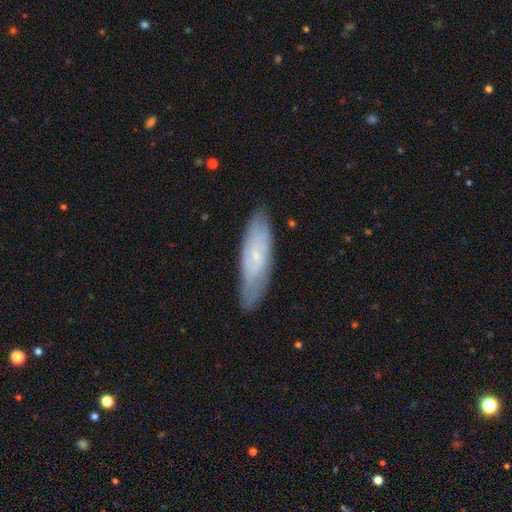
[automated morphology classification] Smooth or featured: featured or disk — 52% (smooth — 40%)
Edge-on disk: no — 67% (yes — 33%)
Merging: none — 79% (minor disturbance — 16%)